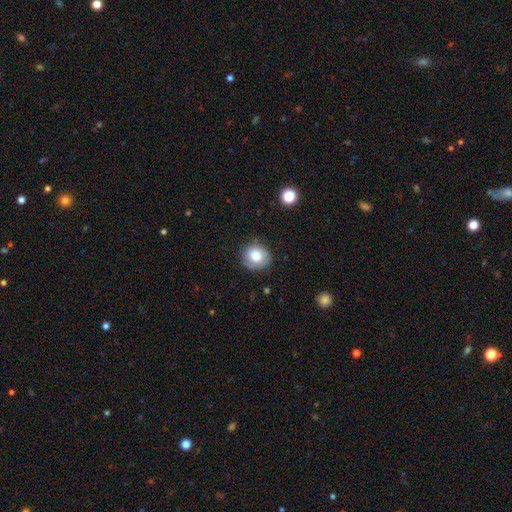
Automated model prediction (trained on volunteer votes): A smooth galaxy with no disk features (74%) that is round (81%). Merging: none (74%).